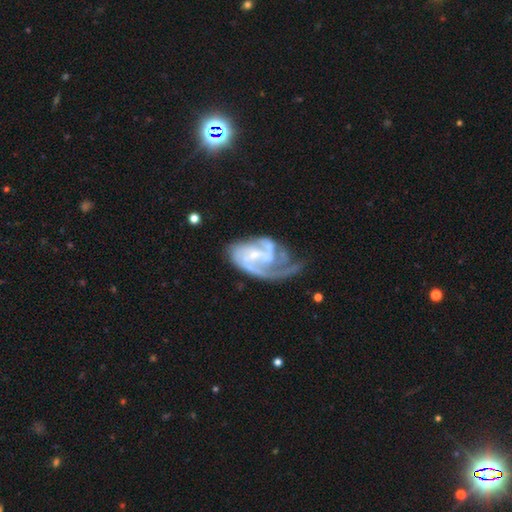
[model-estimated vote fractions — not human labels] A featured or disk galaxy (84%) with no bar (45%), 2 (36%) medium (43%) spiral arms (91%) and a small central bulge (64%). Merging: major disturbance (41%).